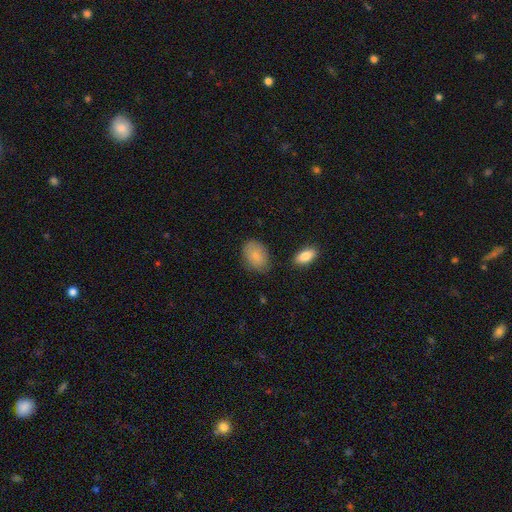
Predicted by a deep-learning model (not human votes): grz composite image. It shows a smooth galaxy with no disk features (82%) that is in between round and cigar-shaped (81%). Merging: none (72%).